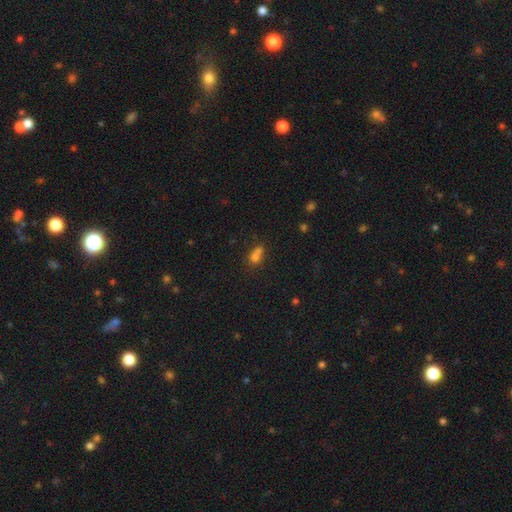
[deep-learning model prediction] smooth 69%, star or artifact 17%, featured or disk 14%. Down the decision tree: how rounded — round (56%); merging — merger (55%).